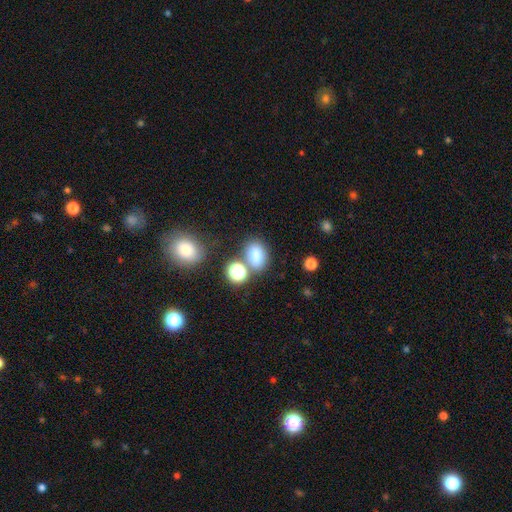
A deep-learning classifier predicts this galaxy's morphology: A smooth galaxy with no disk features (78%) that is in between round and cigar-shaped (73%). Merging: none (63%).